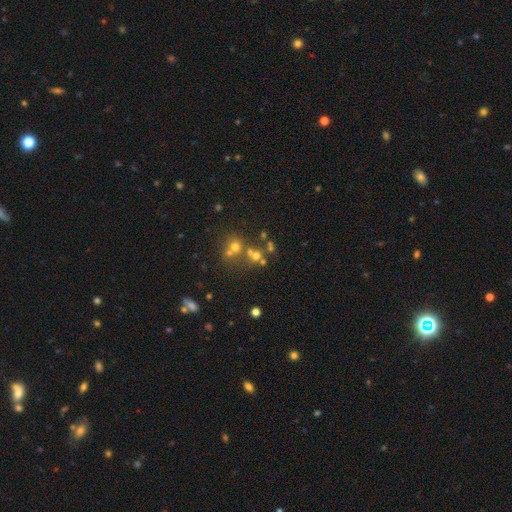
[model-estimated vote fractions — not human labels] Overall: smooth (53%; star or artifact 27%). How rounded: round (83%). Merging: none (50%; merger 38%).